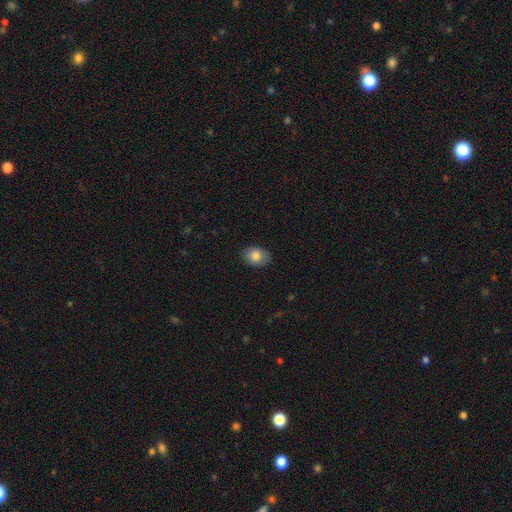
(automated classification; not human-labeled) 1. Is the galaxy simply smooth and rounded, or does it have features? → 81% smooth, 11% featured or disk, 8% star or artifact.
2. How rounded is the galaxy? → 68% in between, 31% round, 1% cigar-shaped.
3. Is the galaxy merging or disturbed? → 84% none, 12% minor disturbance, 2% major disturbance, 1% merger.